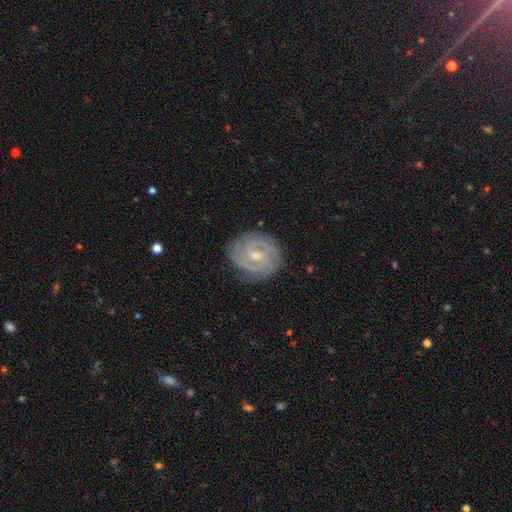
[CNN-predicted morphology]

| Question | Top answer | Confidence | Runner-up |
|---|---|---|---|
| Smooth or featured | featured or disk | 88% | smooth (7%) |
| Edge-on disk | no | 98% | yes (2%) |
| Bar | weak | 53% | no (32%) |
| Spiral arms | yes | 98% | no (2%) |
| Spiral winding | tight | 78% | medium (20%) |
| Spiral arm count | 2 | 53% | 3 (22%) |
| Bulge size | small | 48% | tied: moderate (48%) |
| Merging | none | 83% | minor disturbance (13%) |